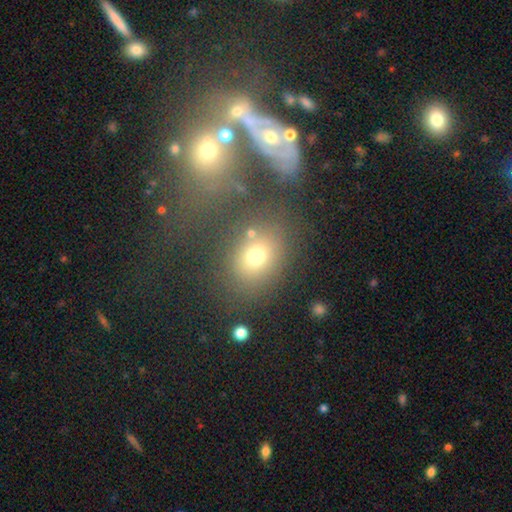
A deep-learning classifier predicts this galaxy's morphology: smooth-or-featured: smooth: 68% | star or artifact: 17% | featured or disk: 15%
  how-rounded: in between: 50% | round: 49% | cigar-shaped: 1%
  merging: none: 64% | merger: 14% | minor disturbance: 14% | major disturbance: 8%